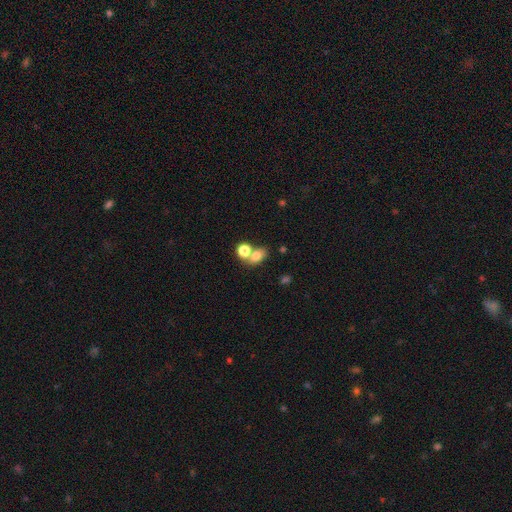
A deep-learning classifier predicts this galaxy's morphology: A smooth galaxy with no disk features (76%) that is in between round and cigar-shaped (64%). Merging: none (44%).